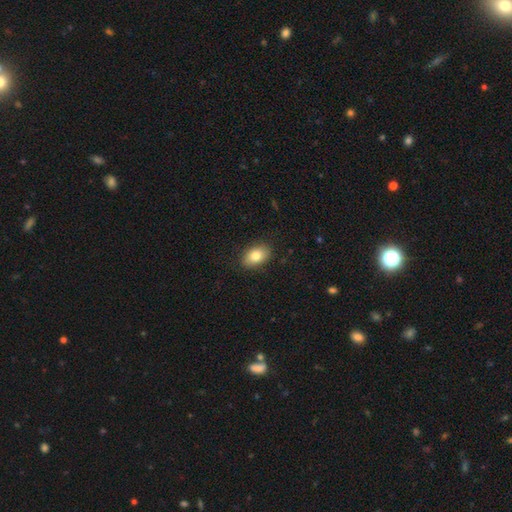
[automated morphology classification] Smooth or featured: smooth — 82% (featured or disk — 10%)
How rounded: in between — 85% (round — 14%)
Merging: none — 88% (minor disturbance — 9%)